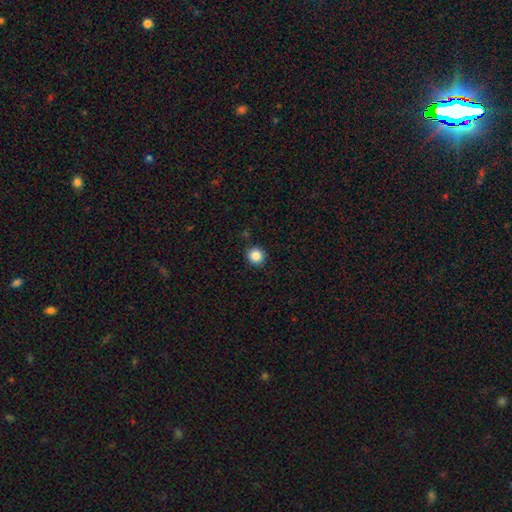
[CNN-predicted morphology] Smooth or featured?
  - smooth: 86% *
  - star or artifact: 10%
  - featured or disk: 4%
How rounded?
  - round: 92% *
  - in between: 7%
  - cigar-shaped: 1%
Merging?
  - none: 91% *
  - minor disturbance: 6%
  - major disturbance: 2%
  - merger: 1%